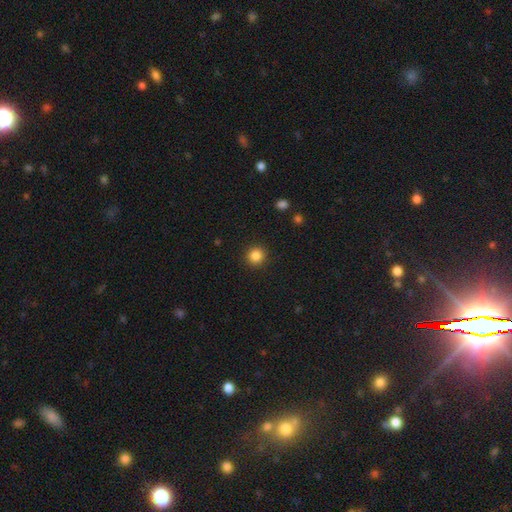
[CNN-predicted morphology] This is clearly a smooth galaxy (86%). How rounded: clearly round (92%). Merging: clearly none (92%).